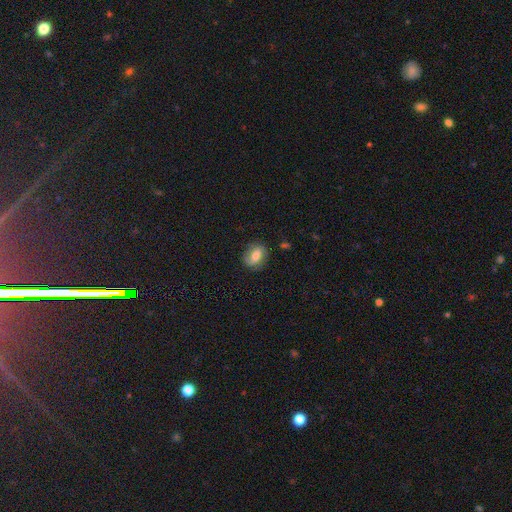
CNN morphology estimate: Smooth or featured?
  - smooth: 56% *
  - featured or disk: 35%
  - star or artifact: 9%
How rounded?
  - in between: 74% *
  - round: 24%
  - cigar-shaped: 3%
Merging?
  - none: 78% *
  - minor disturbance: 16%
  - major disturbance: 5%
  - merger: 1%